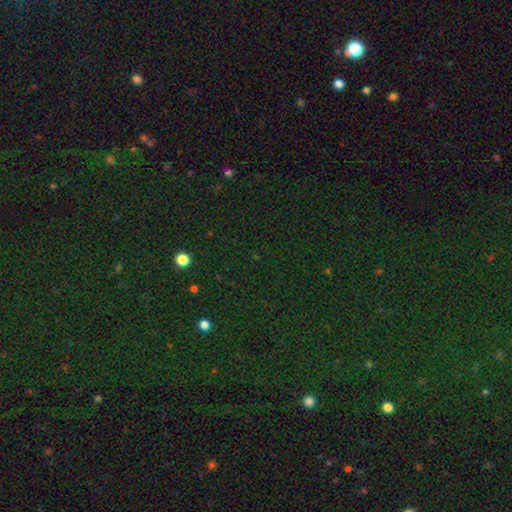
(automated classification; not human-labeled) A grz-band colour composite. It shows a star or artifact, not a galaxy (77%).